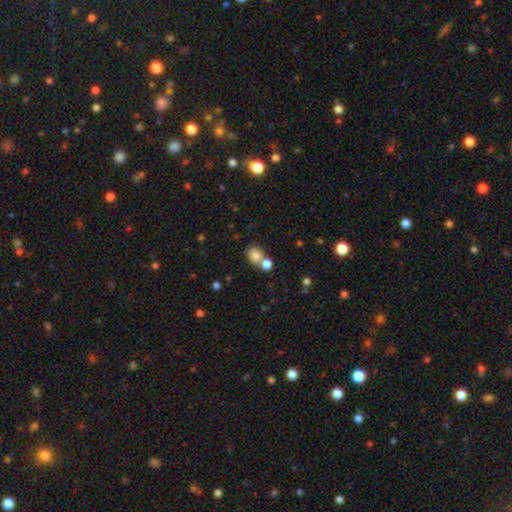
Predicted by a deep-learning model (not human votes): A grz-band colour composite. It shows a smooth galaxy with no disk features (81%) that is round (74%). Merging: none (52%).